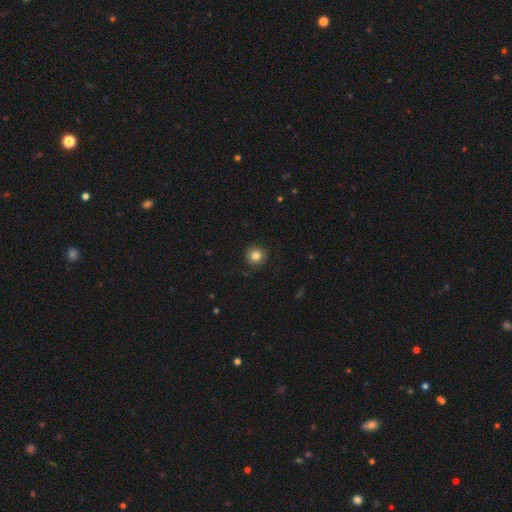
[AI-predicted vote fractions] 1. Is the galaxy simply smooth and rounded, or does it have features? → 83% smooth, 11% star or artifact, 6% featured or disk.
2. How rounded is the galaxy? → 94% round, 6% in between, 1% cigar-shaped.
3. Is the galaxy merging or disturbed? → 89% none, 8% minor disturbance, 2% major disturbance, 1% merger.